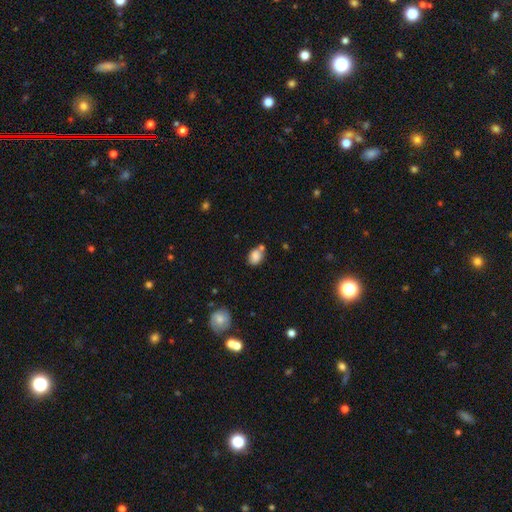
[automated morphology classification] The model was most divided on "how rounded": in between: 62%, round: 37%, cigar-shaped: 1%. More confident: smooth or featured — smooth (83%); merging — none (55%).